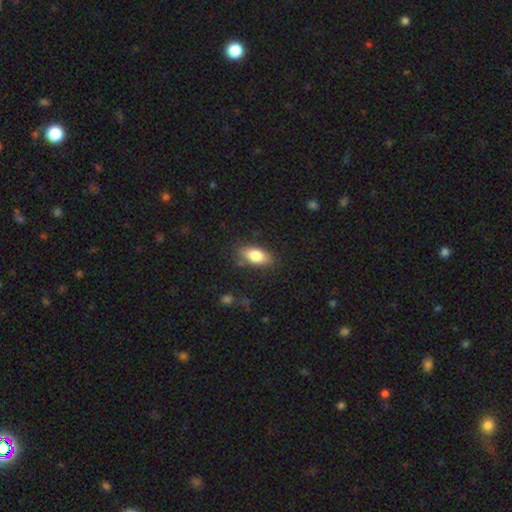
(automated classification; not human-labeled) A smooth galaxy with no disk features (80%) that is in between round and cigar-shaped (86%). Merging: none (81%).